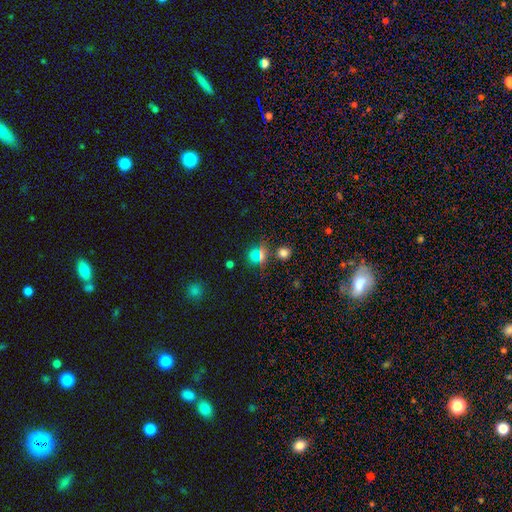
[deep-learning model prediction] This appears to be a smooth galaxy with no disk features (54%) that is round (80%). Merging: none (74%).